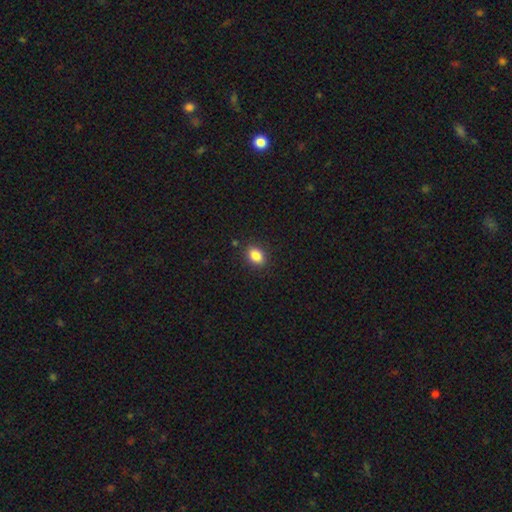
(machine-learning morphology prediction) Q: Smooth or featured?
A: smooth (86%); runner-up: star or artifact (9%)
Q: How rounded?
A: in between (76%); runner-up: round (22%)
Q: Merging?
A: none (88%); runner-up: minor disturbance (9%)